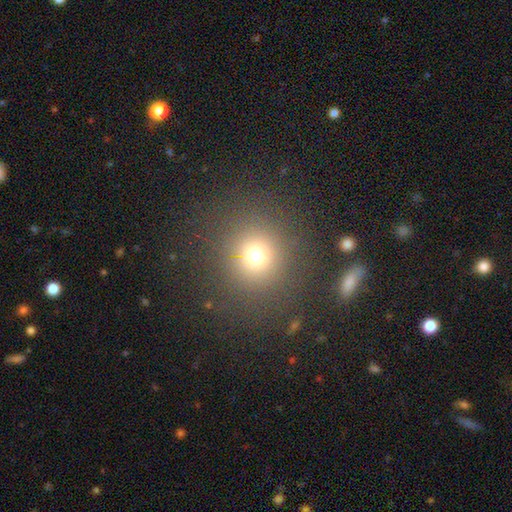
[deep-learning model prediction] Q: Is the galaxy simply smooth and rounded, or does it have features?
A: smooth — 71%.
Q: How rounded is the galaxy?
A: round — 91%.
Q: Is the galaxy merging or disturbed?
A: none — 85%.